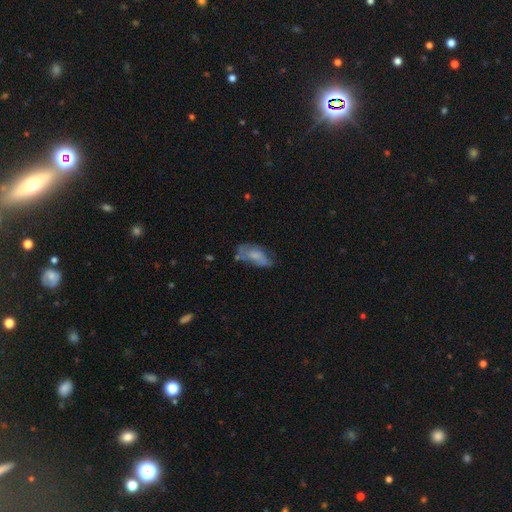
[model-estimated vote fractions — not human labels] smooth_or_featured: smooth (p=0.60) [alt: featured or disk p=0.32]
how_rounded: in between (p=0.87) [alt: cigar-shaped p=0.10]
merging: none (p=0.42) [alt: minor disturbance p=0.31]